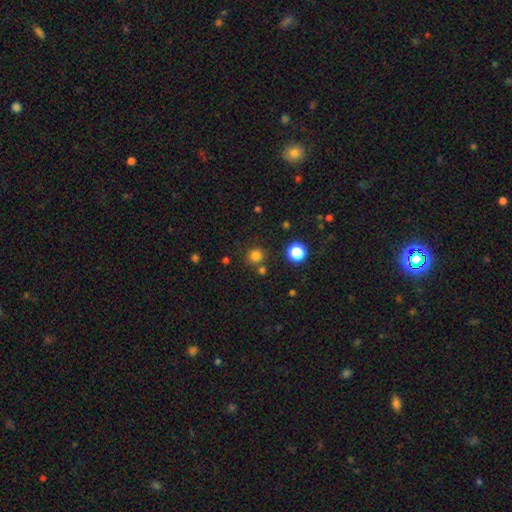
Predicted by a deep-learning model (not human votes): Smooth or featured?
  - smooth: 78% *
  - star or artifact: 17%
  - featured or disk: 4%
How rounded?
  - round: 92% *
  - in between: 7%
  - cigar-shaped: 1%
Merging?
  - none: 79% *
  - merger: 10%
  - minor disturbance: 8%
  - major disturbance: 3%